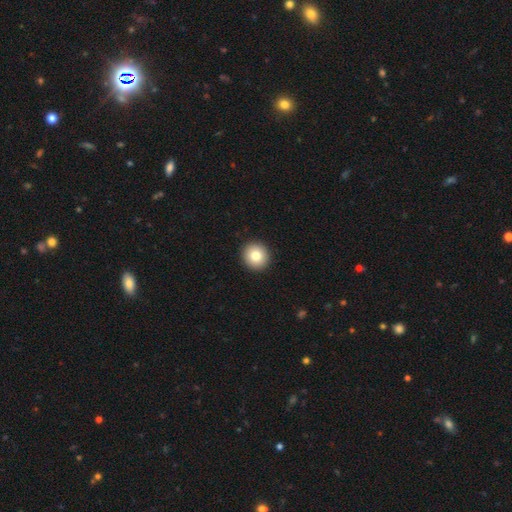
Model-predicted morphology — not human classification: type=smooth (80%); roundness=round (94%); merging=none (93%).